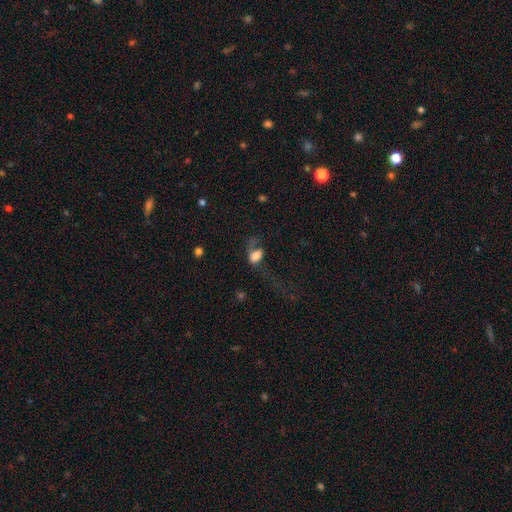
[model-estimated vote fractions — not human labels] smooth 69%, featured or disk 21%, star or artifact 10%. Down the decision tree: how rounded — in between (84%); merging — major disturbance (54%).